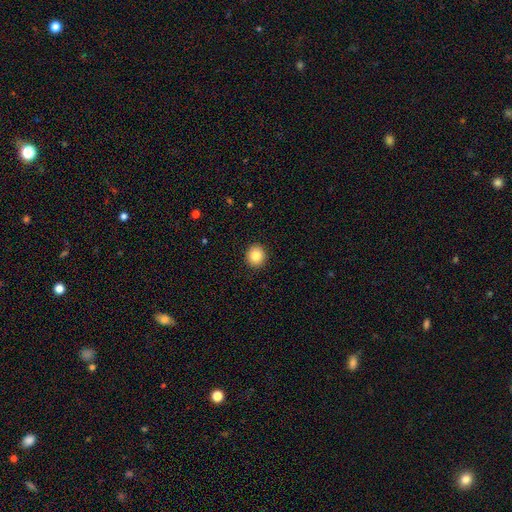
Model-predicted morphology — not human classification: smooth 84%, star or artifact 9%, featured or disk 7%. Down the decision tree: how rounded — round (87%); merging — none (92%).